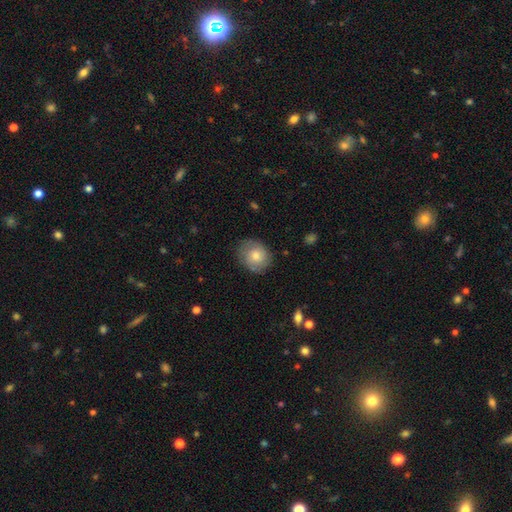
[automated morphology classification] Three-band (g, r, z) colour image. It shows a smooth galaxy with no disk features (68%) that is round (71%). Merging: none (80%).